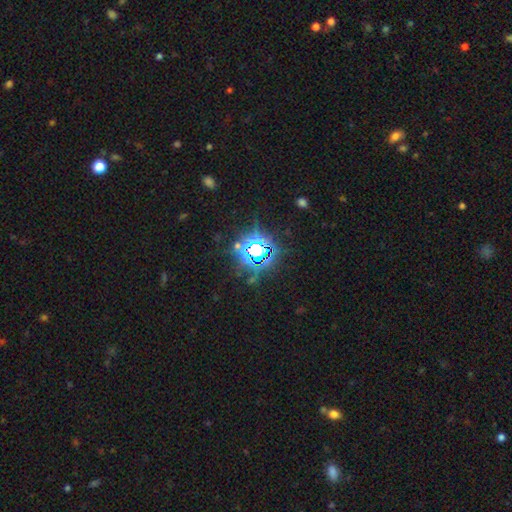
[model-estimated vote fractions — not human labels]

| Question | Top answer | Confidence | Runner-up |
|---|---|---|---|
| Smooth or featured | star or artifact | 81% | smooth (10%) |